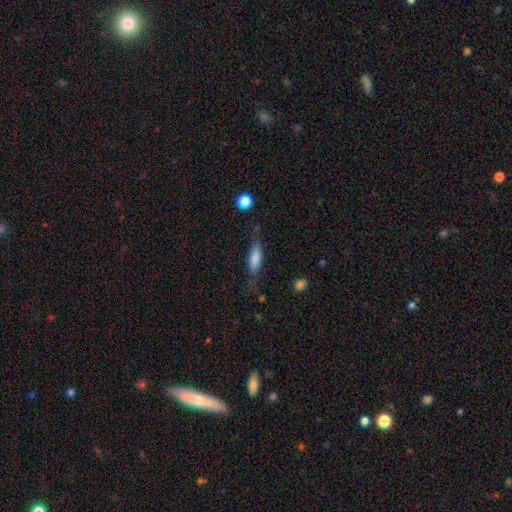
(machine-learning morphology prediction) smooth 61%, featured or disk 28%, star or artifact 11%. Down the decision tree: how rounded — cigar-shaped (55%); merging — none (66%).